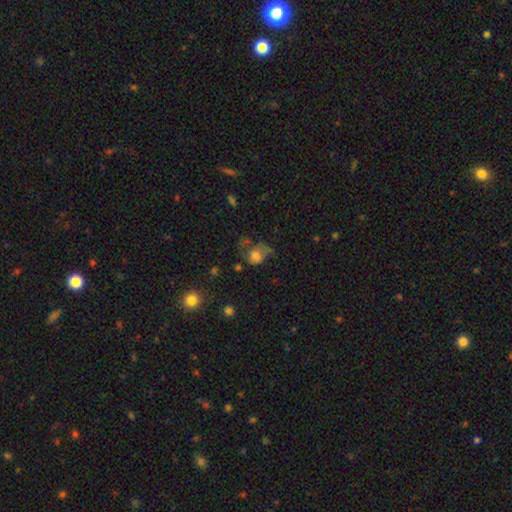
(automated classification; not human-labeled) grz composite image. It shows a smooth galaxy with no disk features (59%) that is in between round and cigar-shaped (55%). Merging: major disturbance (41%).